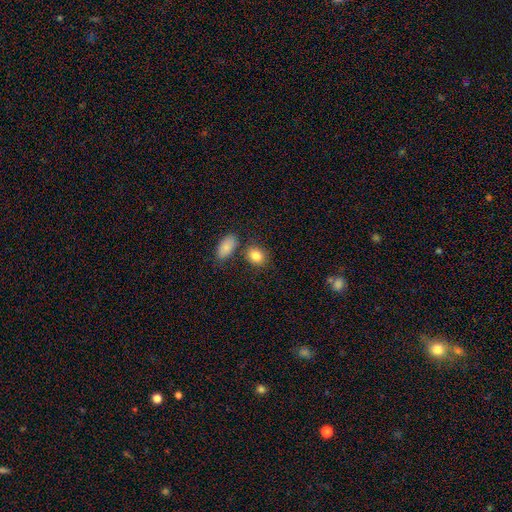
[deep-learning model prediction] Smooth or featured? Predicted: smooth (p=0.85). How rounded? Predicted: in between (p=0.55). Merging? Predicted: none (p=0.69).